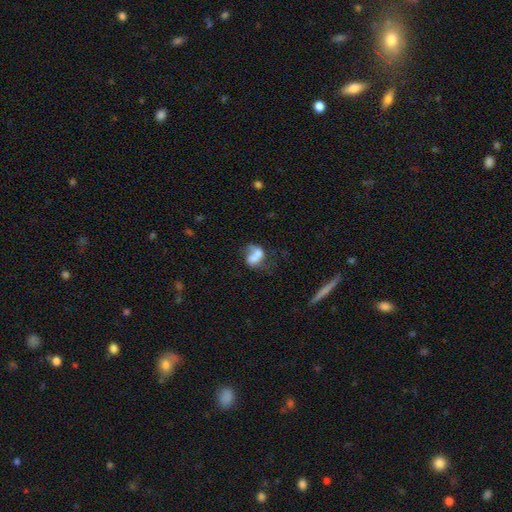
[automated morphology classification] This appears to be a smooth galaxy with no disk features (57%) that is in between round and cigar-shaped (64%). Merging: merger (41%).